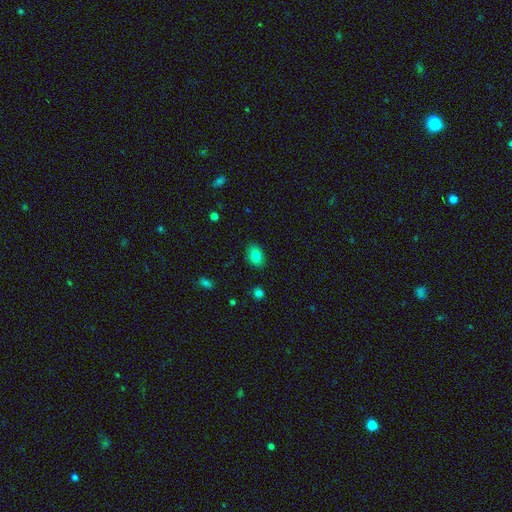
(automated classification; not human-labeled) A smooth galaxy with no disk features (82%) that is in between round and cigar-shaped (86%). Merging: none (86%).